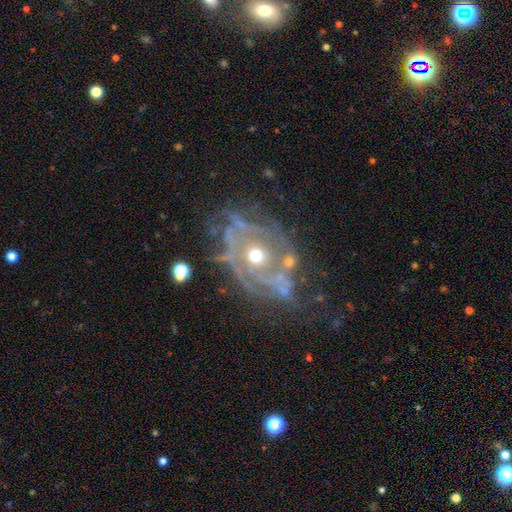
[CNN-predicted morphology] A featured or disk galaxy (79%) with no bar (82%), tight (45%) spiral arms (78%) and a moderate central bulge (55%). Merging: none (39%).